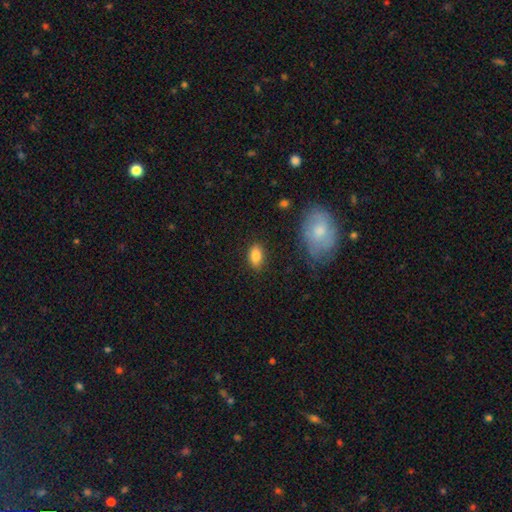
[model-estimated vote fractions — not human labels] Smooth or featured? Predicted: smooth (p=0.85). How rounded? Predicted: in between (p=0.89). Merging? Predicted: none (p=0.86).